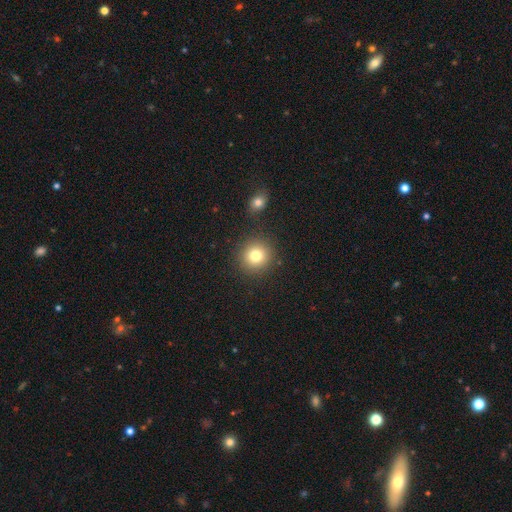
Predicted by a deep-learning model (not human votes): smooth_or_featured: smooth (p=0.79) [alt: star or artifact p=0.13]
how_rounded: round (p=0.93) [alt: in between p=0.06]
merging: none (p=0.88) [alt: minor disturbance p=0.06]